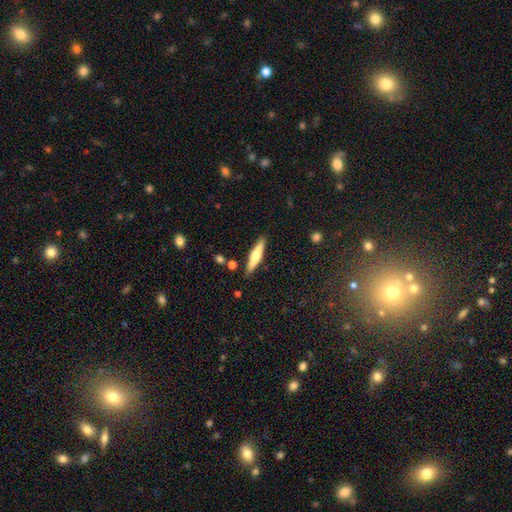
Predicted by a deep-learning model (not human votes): featured or disk 52%, smooth 42%, star or artifact 6%. Down the decision tree: edge-on disk — yes (94%); merging — none (88%).